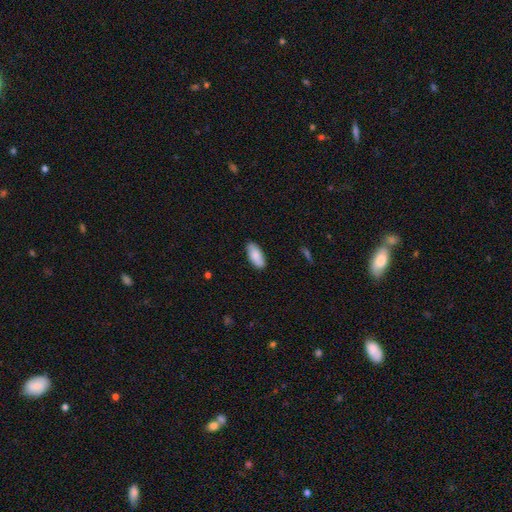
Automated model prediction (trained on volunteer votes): This appears to be a smooth galaxy with no disk features (84%) that is in between round and cigar-shaped (87%). Merging: none (86%).